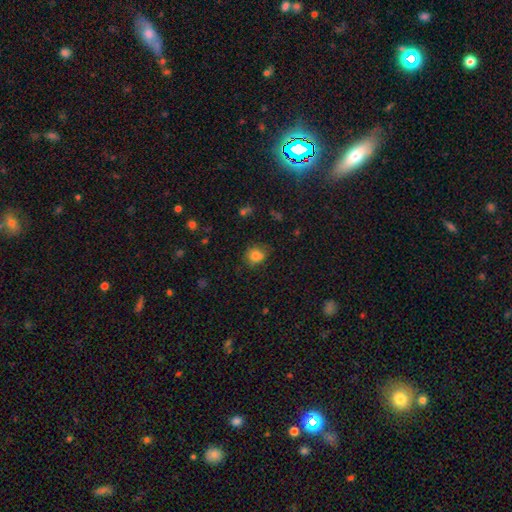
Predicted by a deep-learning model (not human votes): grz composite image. It shows a smooth galaxy with no disk features (79%) that is round (69%). Merging: none (64%).